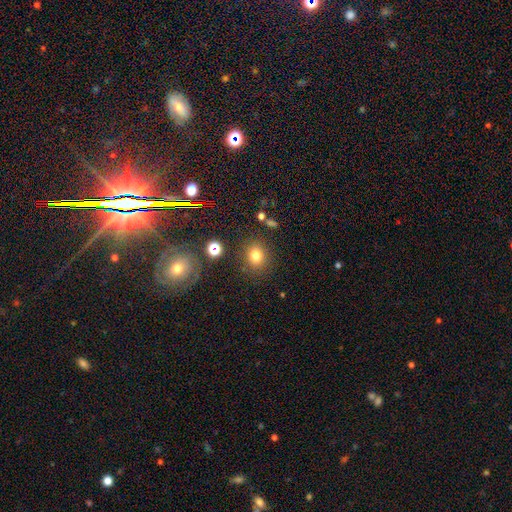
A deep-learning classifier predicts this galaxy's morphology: This appears to be a smooth galaxy with no disk features (77%) that is round (69%). Merging: none (83%).